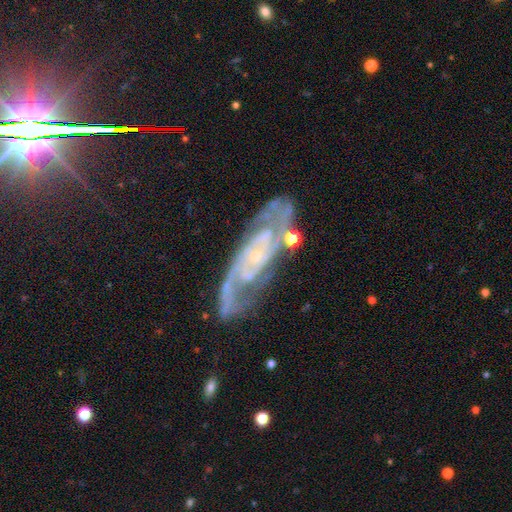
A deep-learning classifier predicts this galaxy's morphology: Smooth or featured? Predicted: featured or disk (p=0.86). Edge-on disk? Predicted: no (p=0.91). Bar? Predicted: no (p=0.61). Spiral arms? Predicted: yes (p=0.96). Spiral winding? Predicted: tight (p=0.48). Spiral arm count? Predicted: 2 (p=0.65). Bulge size? Predicted: small (p=0.81). Merging? Predicted: none (p=0.70).